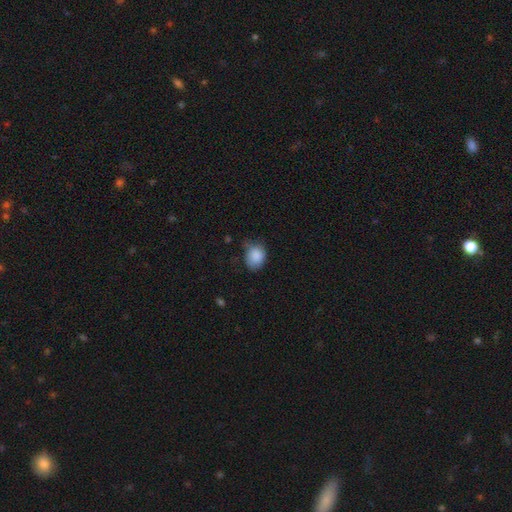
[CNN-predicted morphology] smooth 87%, star or artifact 8%, featured or disk 5%. Down the decision tree: how rounded — round (52%); merging — none (55%).